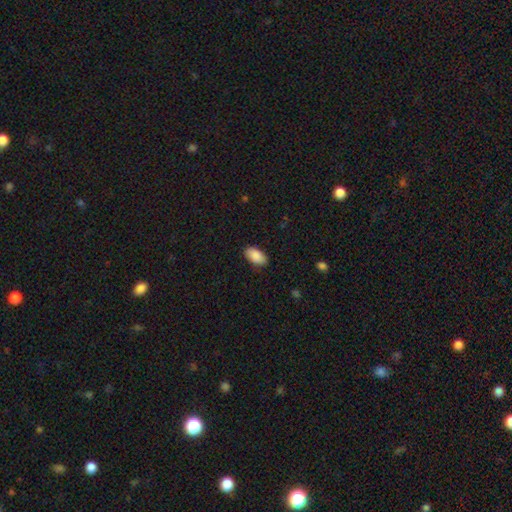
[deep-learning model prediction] Smooth or featured?
  - smooth: 89% *
  - star or artifact: 6%
  - featured or disk: 5%
How rounded?
  - in between: 95% *
  - round: 3%
  - cigar-shaped: 2%
Merging?
  - none: 87% *
  - minor disturbance: 10%
  - major disturbance: 2%
  - merger: 1%